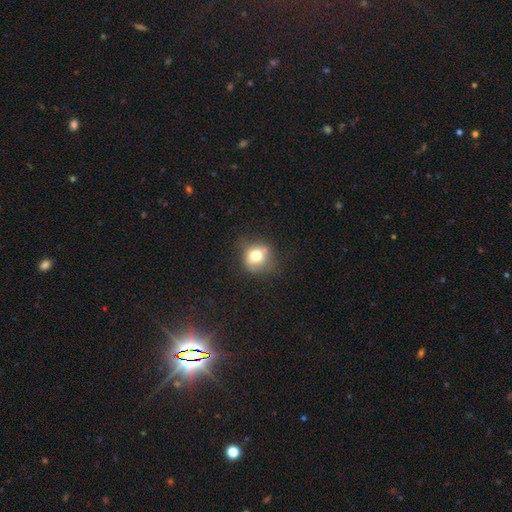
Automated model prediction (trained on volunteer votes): A smooth galaxy with no disk features (72%) that is round (78%).

Vote fractions:
- Smooth or featured? smooth: 72% / featured or disk: 16% / star or artifact: 11%
- How rounded? round: 78% / in between: 21% / cigar-shaped: 1%
- Merging? none: 61% / minor disturbance: 25% / major disturbance: 8% / merger: 6%